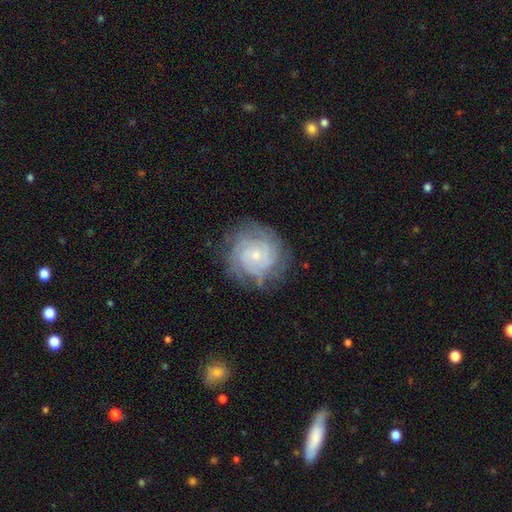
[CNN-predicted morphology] The model was most divided on "spiral arm count": can't tell: 30%, 4: 23%, 3: 19%, 2: 13%, more than 4: 9%, 1: 6%. More confident: edge-on disk — no (98%); spiral arms — yes (96%); smooth or featured — featured or disk (83%); bulge size — small (79%); merging — none (78%); spiral winding — tight (77%); bar — no (75%).